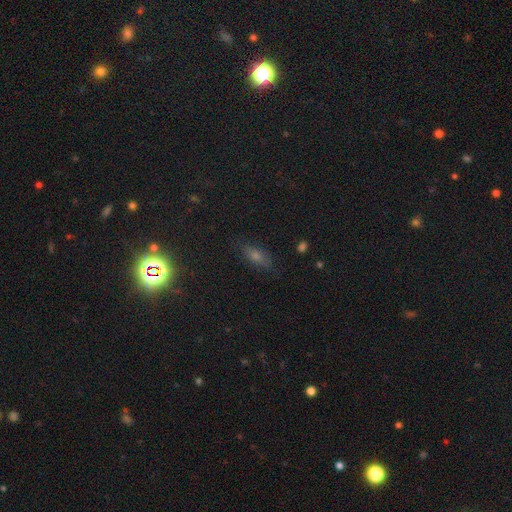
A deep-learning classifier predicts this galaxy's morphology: smooth-or-featured: smooth: 46% | star or artifact: 34% | featured or disk: 19%
  merging: none: 81% | minor disturbance: 14% | major disturbance: 4% | merger: 2%